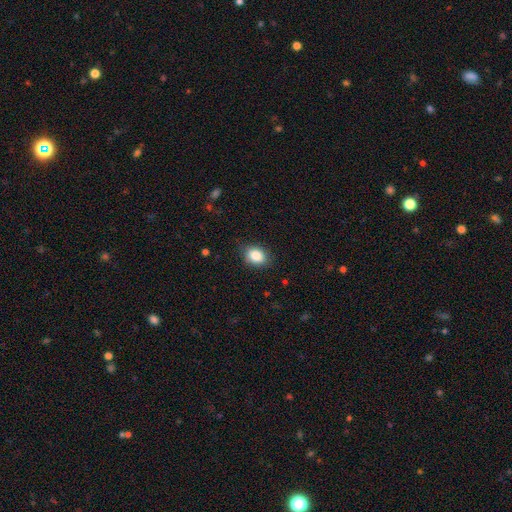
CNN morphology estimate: type=smooth (87%); roundness=in between (57%); merging=none (81%).